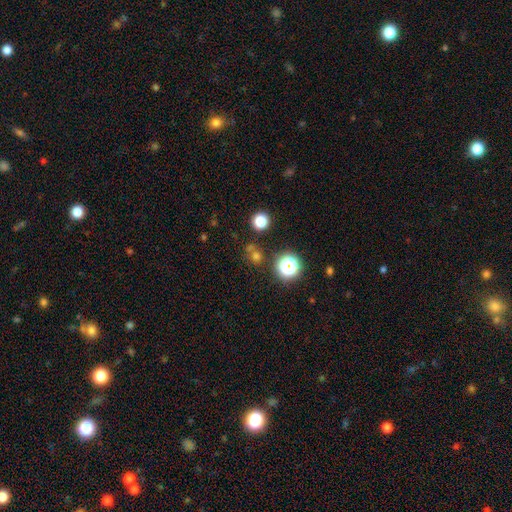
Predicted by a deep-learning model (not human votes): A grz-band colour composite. It shows a smooth galaxy with no disk features (58%) that is round (87%). Merging: none (65%).